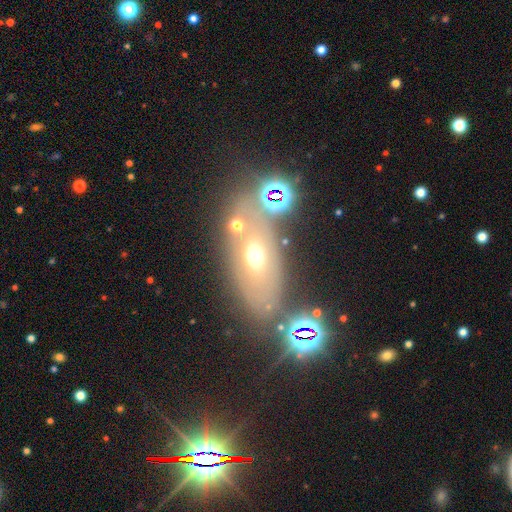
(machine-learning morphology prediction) A smooth galaxy with no disk features (43%).

Vote fractions:
- Smooth or featured? smooth: 43% / featured or disk: 33% / star or artifact: 24%
- Merging? none: 67% / minor disturbance: 14% / merger: 11% / major disturbance: 9%